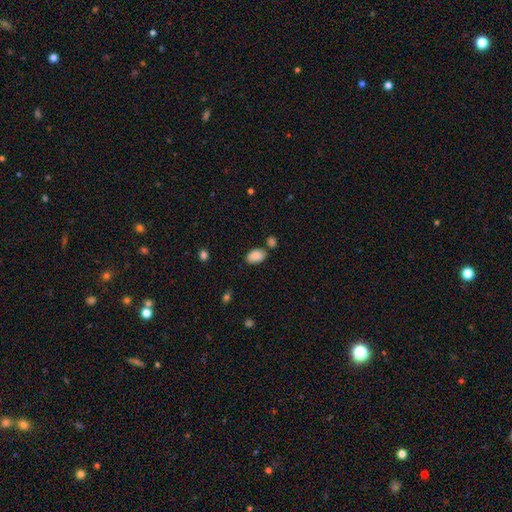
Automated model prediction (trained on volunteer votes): A smooth galaxy with no disk features (88%) that is in between round and cigar-shaped (91%).

Vote fractions:
- Smooth or featured? smooth: 88% / star or artifact: 8% / featured or disk: 4%
- How rounded? in between: 91% / round: 8% / cigar-shaped: 1%
- Merging? none: 70% / minor disturbance: 13% / merger: 13% / major disturbance: 4%